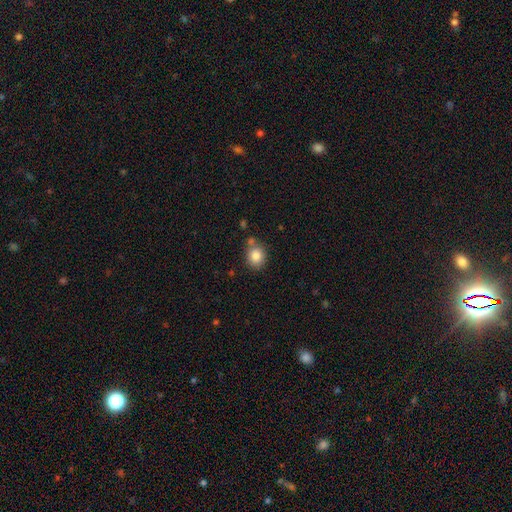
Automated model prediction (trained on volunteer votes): Smooth or featured? Predicted: smooth (p=0.84). How rounded? Predicted: round (p=0.68). Merging? Predicted: none (p=0.68).